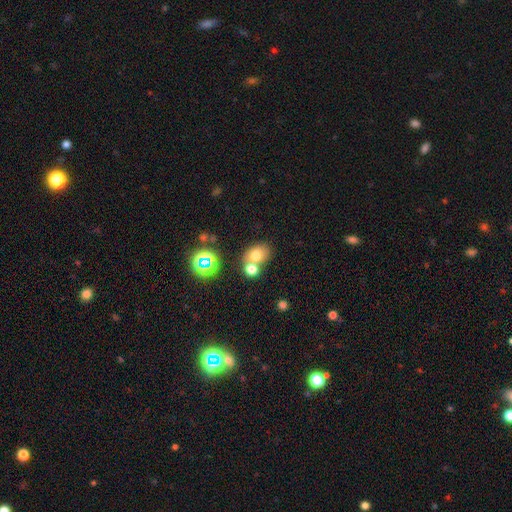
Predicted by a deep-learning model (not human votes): Smooth or featured? smooth (71%)
How rounded? in between (57%)
Merging? none (51%)